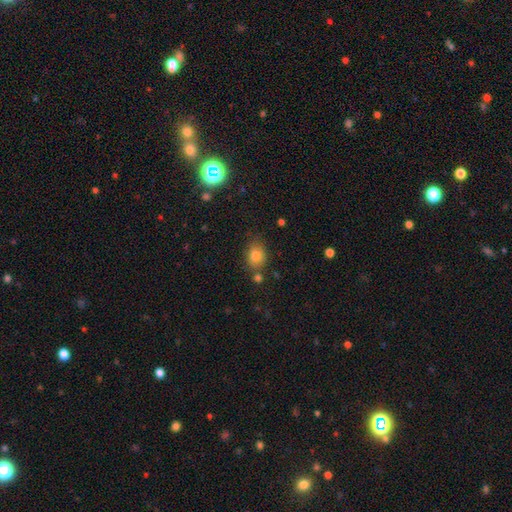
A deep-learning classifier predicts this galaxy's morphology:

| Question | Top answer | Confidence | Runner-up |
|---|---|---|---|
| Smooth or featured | smooth | 80% | star or artifact (11%) |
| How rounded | in between | 61% | round (38%) |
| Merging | none | 70% | minor disturbance (16%) |